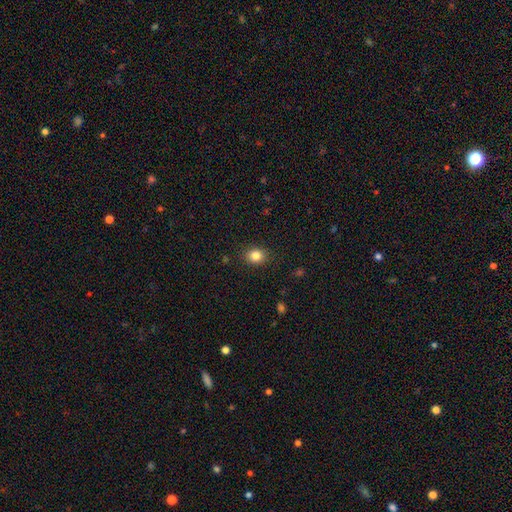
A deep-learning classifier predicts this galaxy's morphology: Smooth or featured?
  - smooth: 84% *
  - star or artifact: 11%
  - featured or disk: 6%
How rounded?
  - round: 59% *
  - in between: 40%
  - cigar-shaped: 1%
Merging?
  - none: 88% *
  - minor disturbance: 9%
  - major disturbance: 3%
  - merger: 1%